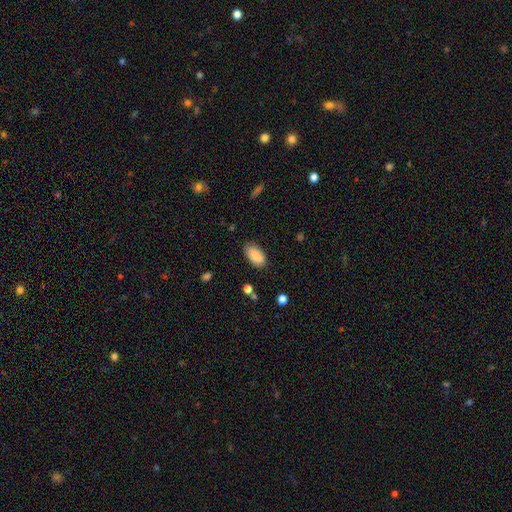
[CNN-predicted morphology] A smooth galaxy with no disk features (88%) that is in between round and cigar-shaped (93%). Merging: none (82%).